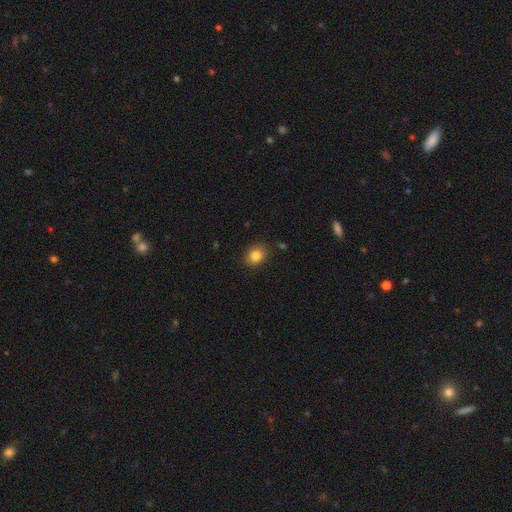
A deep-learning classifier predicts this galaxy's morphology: type=smooth (83%); roundness=in between (50%); merging=none (87%).